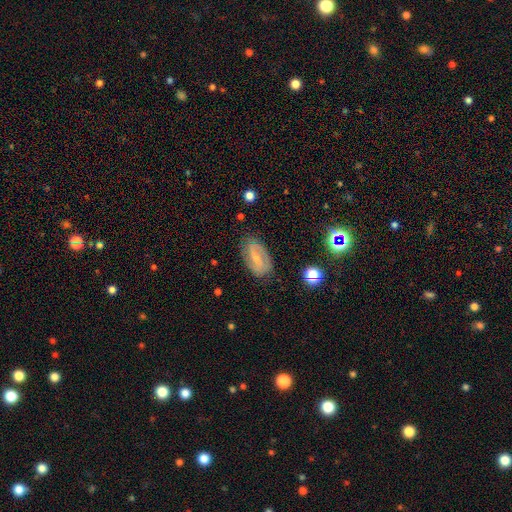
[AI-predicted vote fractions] This appears to be a featured or disk galaxy (70%) with a weak bar (49%), 2 (80%) medium (44%) spiral arms (88%) and a small central bulge (61%). Merging: none (78%).